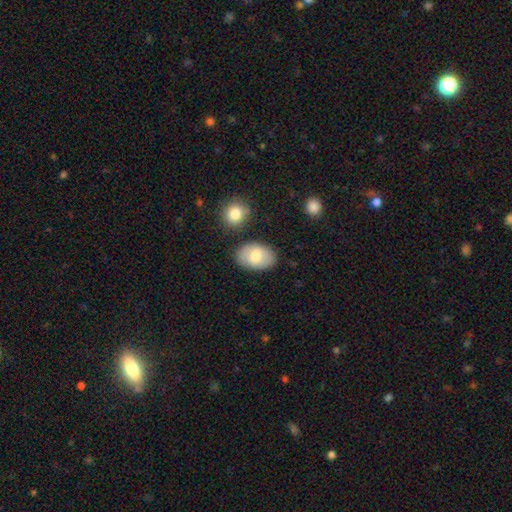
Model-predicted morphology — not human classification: Smooth or featured?
  - smooth: 73% *
  - featured or disk: 20%
  - star or artifact: 6%
How rounded?
  - in between: 88% *
  - round: 11%
  - cigar-shaped: 1%
Merging?
  - none: 81% *
  - minor disturbance: 12%
  - merger: 5%
  - major disturbance: 3%